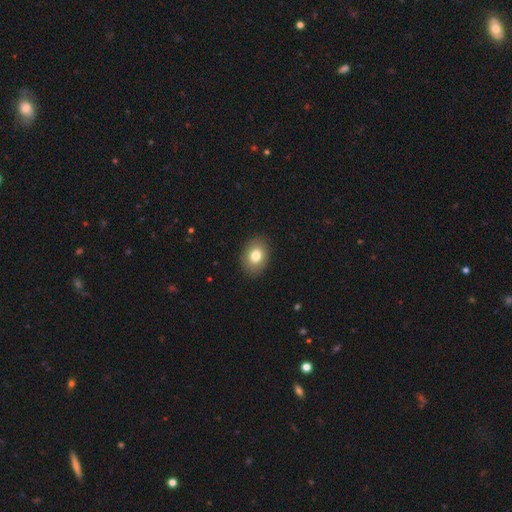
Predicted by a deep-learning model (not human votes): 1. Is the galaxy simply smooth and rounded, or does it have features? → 80% smooth, 11% featured or disk, 9% star or artifact.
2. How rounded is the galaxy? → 66% in between, 33% round, 1% cigar-shaped.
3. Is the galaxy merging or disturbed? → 90% none, 7% minor disturbance, 2% major disturbance, 1% merger.